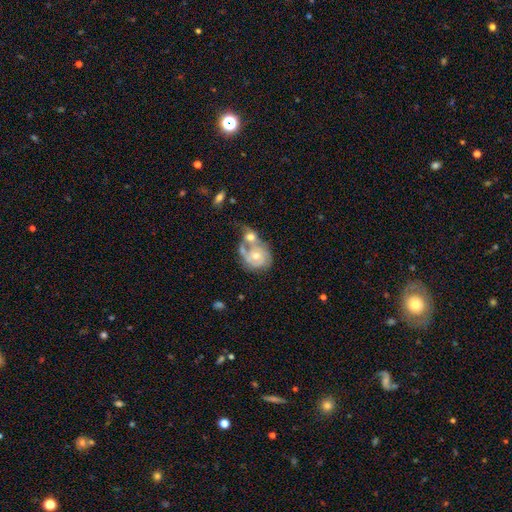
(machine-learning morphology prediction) Smooth or featured? Predicted: featured or disk (p=0.73). Edge-on disk? Predicted: no (p=0.97). Bar? Predicted: no (p=0.75). Spiral arms? Predicted: yes (p=0.87). Spiral winding? Predicted: tight (p=0.61). Spiral arm count? Predicted: 2 (p=0.42). Bulge size? Predicted: moderate (p=0.60). Merging? Predicted: merger (p=0.53).